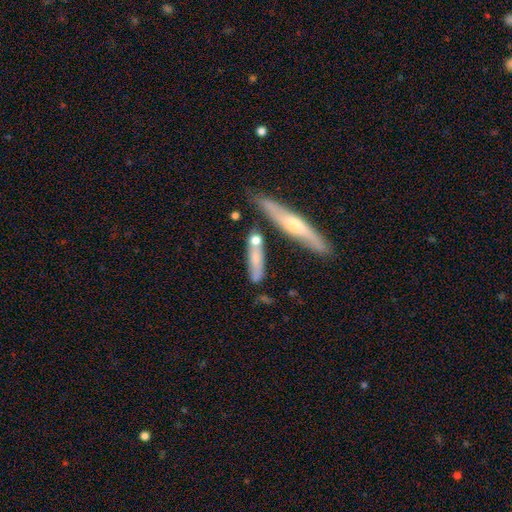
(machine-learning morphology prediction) A smooth galaxy with no disk features (56%) that is cigar-shaped (76%).

Vote fractions:
- Smooth or featured? smooth: 56% / featured or disk: 37% / star or artifact: 7%
- How rounded? cigar-shaped: 76% / in between: 20% / round: 4%
- Merging? none: 62% / minor disturbance: 17% / merger: 17% / major disturbance: 5%